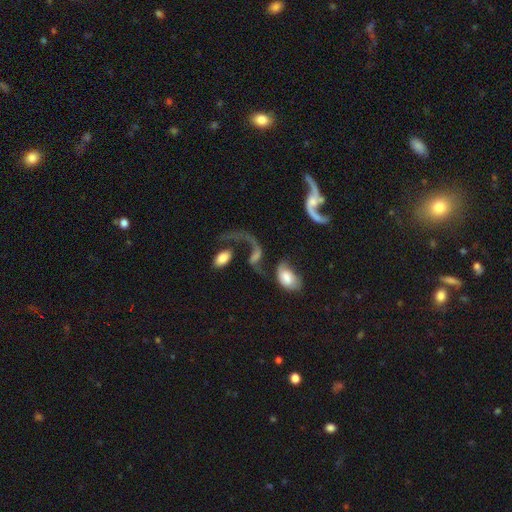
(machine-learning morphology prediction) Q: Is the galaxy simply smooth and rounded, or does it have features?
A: featured or disk — 63%.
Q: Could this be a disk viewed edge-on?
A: no — 94%.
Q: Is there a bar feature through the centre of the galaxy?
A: no — 58%.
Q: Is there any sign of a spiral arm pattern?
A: yes — 78%.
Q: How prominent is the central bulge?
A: small — 29%.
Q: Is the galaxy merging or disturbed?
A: merger — 38%.